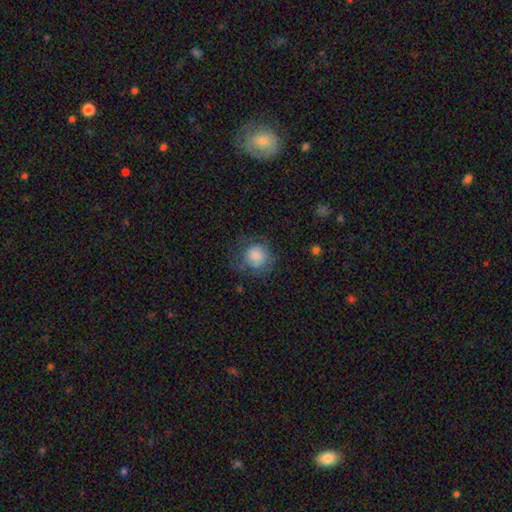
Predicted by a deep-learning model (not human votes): Smooth or featured? smooth (78%)
How rounded? round (86%)
Merging? none (62%)